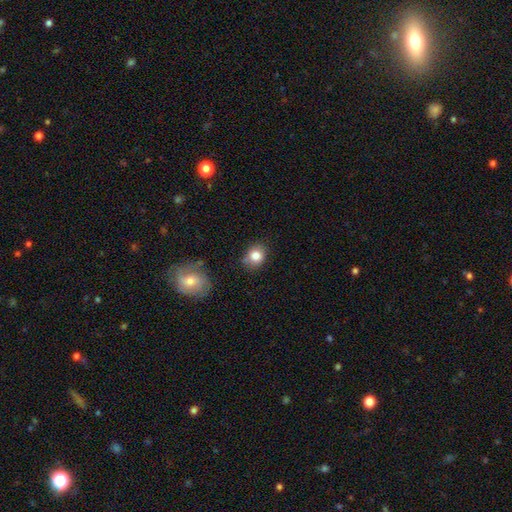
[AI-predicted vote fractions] This appears to be a smooth galaxy with no disk features (82%) that is round (60%). Merging: none (71%).